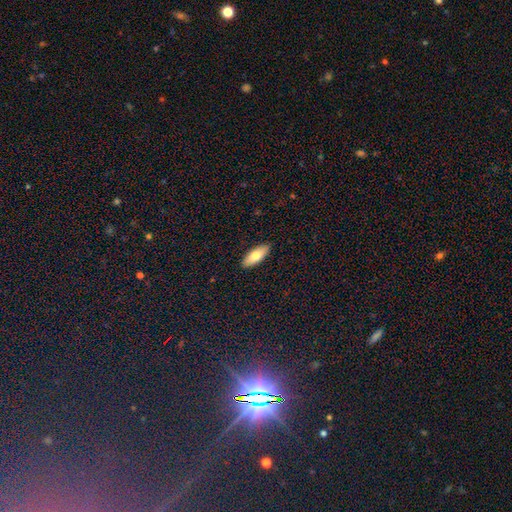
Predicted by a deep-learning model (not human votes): A smooth galaxy with no disk features (74%) that is in between round and cigar-shaped (77%).

Vote fractions:
- Smooth or featured? smooth: 74% / featured or disk: 20% / star or artifact: 6%
- How rounded? in between: 77% / cigar-shaped: 21% / round: 2%
- Merging? none: 90% / minor disturbance: 8% / major disturbance: 2% / merger: 1%